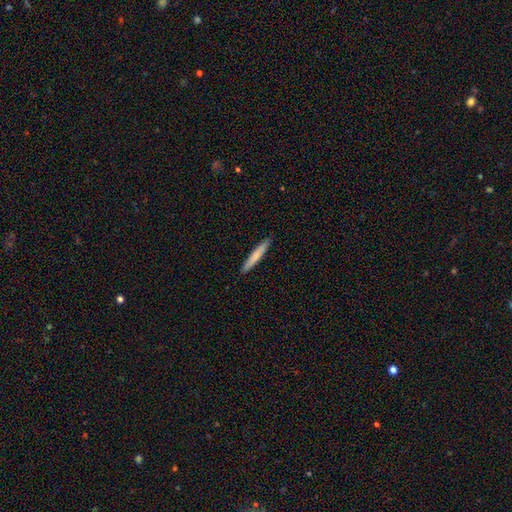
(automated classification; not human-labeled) A smooth galaxy with no disk features (73%) that is cigar-shaped (95%). Merging: none (92%).